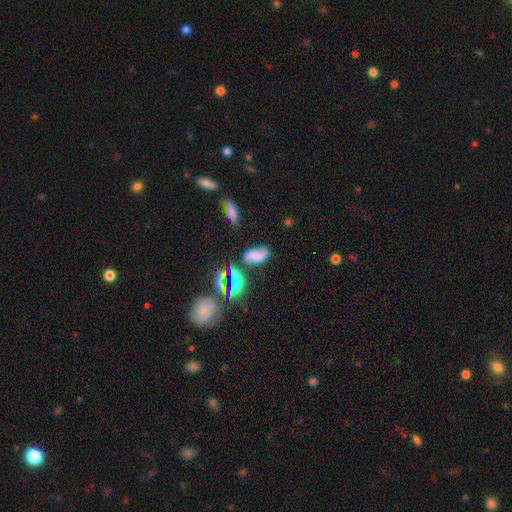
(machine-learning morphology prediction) Smooth or featured: smooth — 46% (featured or disk — 33%)
Merging: none — 64% (minor disturbance — 22%)